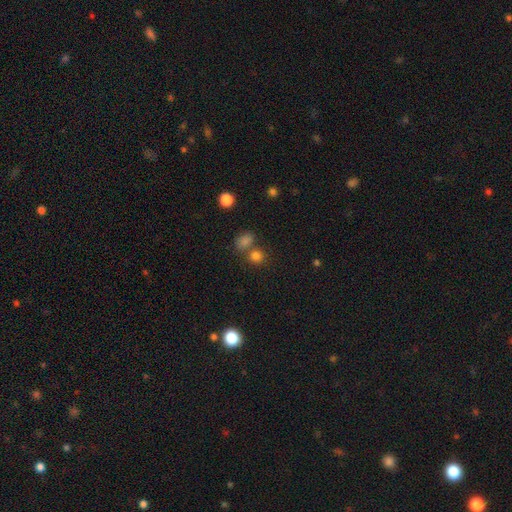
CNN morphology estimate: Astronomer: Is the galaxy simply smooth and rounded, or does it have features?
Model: smooth — 79%.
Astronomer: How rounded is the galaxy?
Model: round — 77%.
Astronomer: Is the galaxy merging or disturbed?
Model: none — 59%.